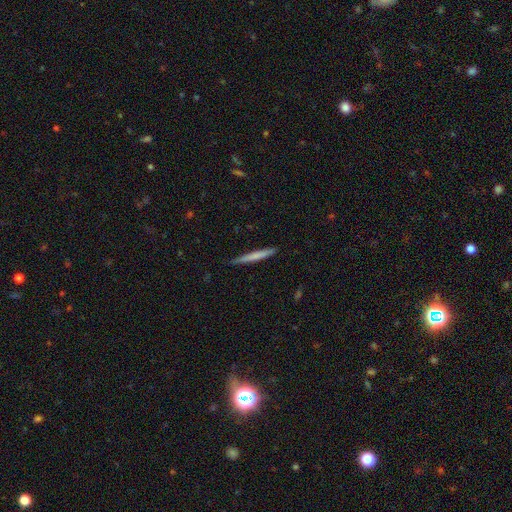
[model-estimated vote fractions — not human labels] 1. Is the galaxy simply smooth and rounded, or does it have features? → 66% smooth, 29% featured or disk, 5% star or artifact.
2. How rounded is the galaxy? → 97% cigar-shaped, 2% in between, 1% round.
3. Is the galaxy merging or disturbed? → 88% none, 9% minor disturbance, 2% major disturbance, 1% merger.